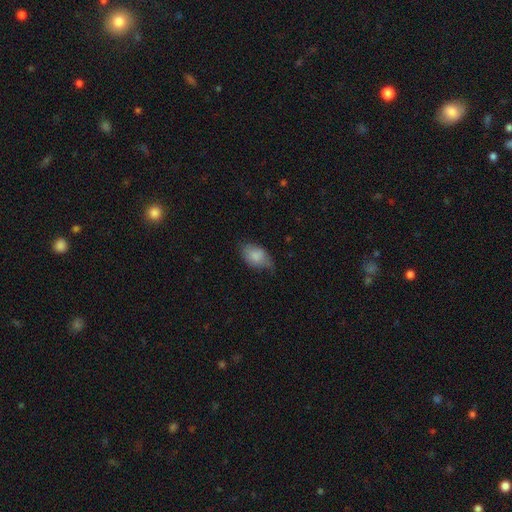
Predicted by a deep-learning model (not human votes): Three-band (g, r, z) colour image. It shows a smooth galaxy with no disk features (81%) that is in between round and cigar-shaped (91%). Merging: none (52%).